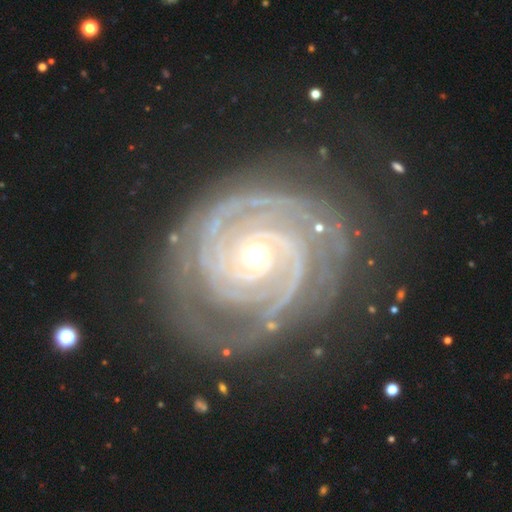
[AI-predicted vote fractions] featured or disk 92%, star or artifact 5%, smooth 3%. Down the decision tree: edge-on disk — no (98%); bar — no (71%); spiral arms — yes (99%); spiral arm count — 2 (54%); spiral winding — tight (81%); bulge size — small (61%); merging — none (75%).